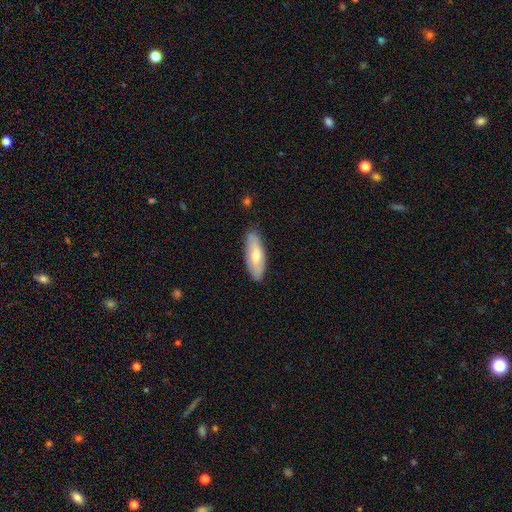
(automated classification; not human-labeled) This appears to be a smooth galaxy with no disk features (63%) that is in between round and cigar-shaped (65%). Merging: none (84%).